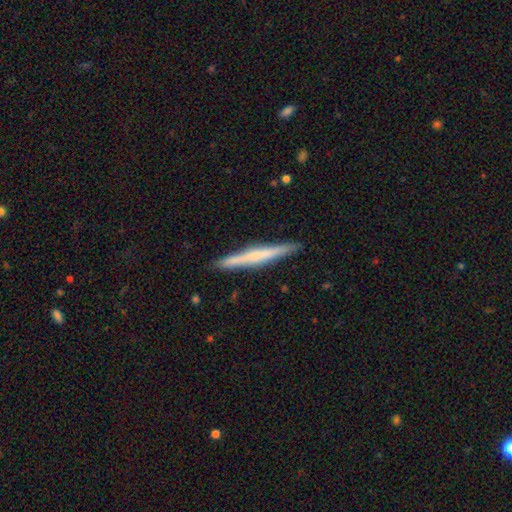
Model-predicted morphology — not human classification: Smooth or featured? featured or disk (49%)
Merging? none (91%)